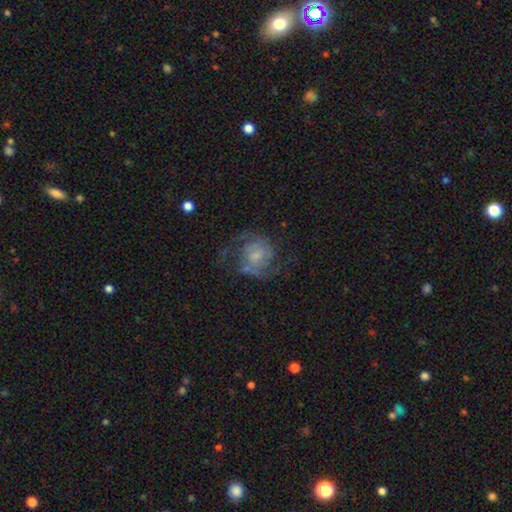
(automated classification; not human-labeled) Smooth or featured?
  - featured or disk: 77% *
  - smooth: 15%
  - star or artifact: 8%
Edge-on disk?
  - no: 98% *
  - yes: 2%
Bar?
  - no: 56% *
  - weak: 37%
  - strong: 6%
Spiral arms?
  - yes: 91% *
  - no: 9%
Spiral winding?
  - medium: 51% *
  - loose: 27%
  - tight: 22%
Spiral arm count?
  - 2: 83% *
  - can't tell: 8%
  - 3: 4%
  - 1: 3%
  - 4: 2%
  - more than 4: 2%
Bulge size?
  - small: 42% *
  - moderate: 34%
  - none: 14%
  - large: 8%
  - dominant: 2%
Merging?
  - none: 61% *
  - major disturbance: 19%
  - minor disturbance: 17%
  - merger: 3%